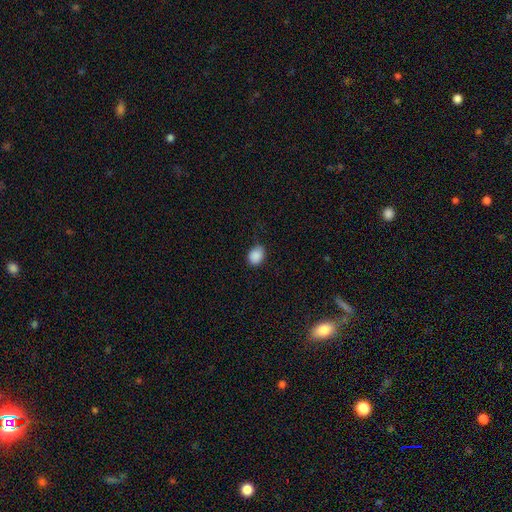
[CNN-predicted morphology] A smooth galaxy with no disk features (88%) that is in between round and cigar-shaped (60%).

Vote fractions:
- Smooth or featured? smooth: 88% / star or artifact: 9% / featured or disk: 3%
- How rounded? in between: 60% / round: 39% / cigar-shaped: 1%
- Merging? none: 76% / minor disturbance: 19% / major disturbance: 4% / merger: 1%